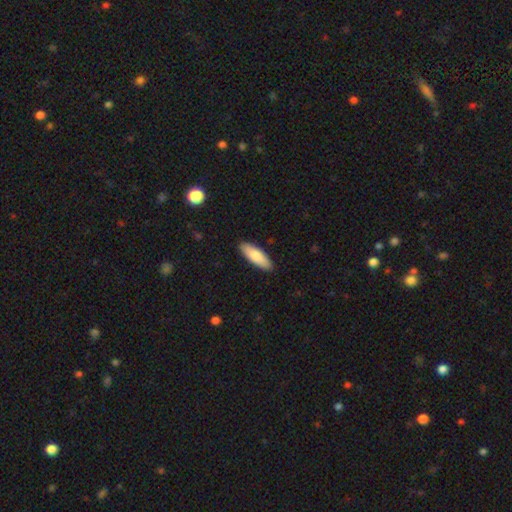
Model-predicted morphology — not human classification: This appears to be a smooth galaxy with no disk features (83%) that is in between round and cigar-shaped (58%). Merging: none (90%).